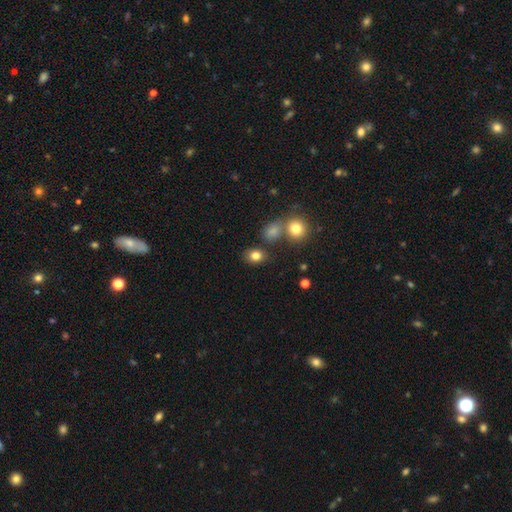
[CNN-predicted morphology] smooth_or_featured: smooth (p=0.82) [alt: star or artifact p=0.12]
how_rounded: round (p=0.54) [alt: in between p=0.45]
merging: none (p=0.77) [alt: minor disturbance p=0.11]